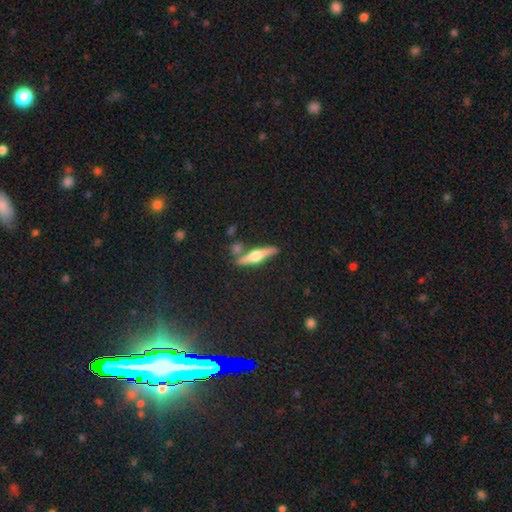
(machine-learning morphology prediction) Smooth or featured: featured or disk — 70% (smooth — 24%)
Edge-on disk: yes — 95% (no — 5%)
Edge-on bulge: rounded — 95% (boxy — 3%)
Merging: none — 78% (minor disturbance — 10%)